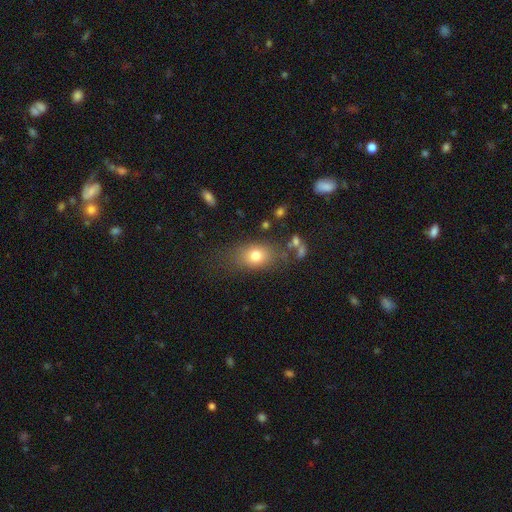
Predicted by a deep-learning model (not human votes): smooth 76%, featured or disk 13%, star or artifact 11%. Down the decision tree: how rounded — in between (73%); merging — none (68%).